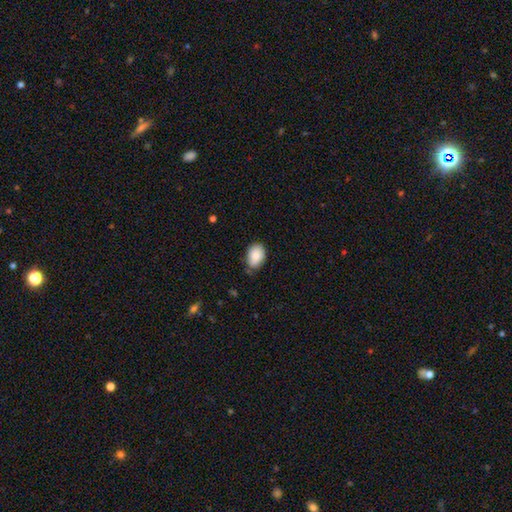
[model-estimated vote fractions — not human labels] Smooth or featured? Predicted: smooth (p=0.86). How rounded? Predicted: in between (p=0.84). Merging? Predicted: none (p=0.72).